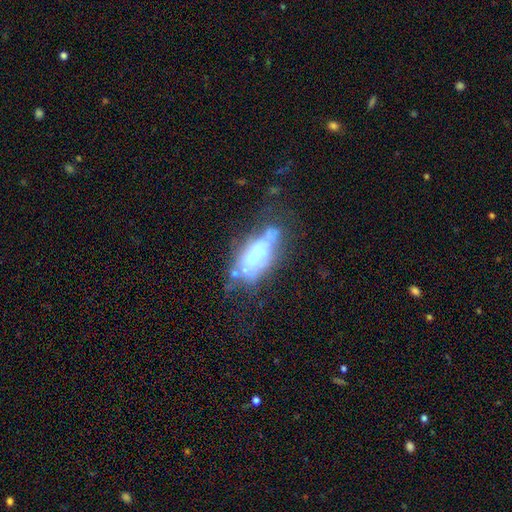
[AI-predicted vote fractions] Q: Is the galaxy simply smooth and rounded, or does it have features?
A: featured or disk — 55%.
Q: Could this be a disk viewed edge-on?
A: no — 84%.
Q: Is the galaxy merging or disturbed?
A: none — 36%.